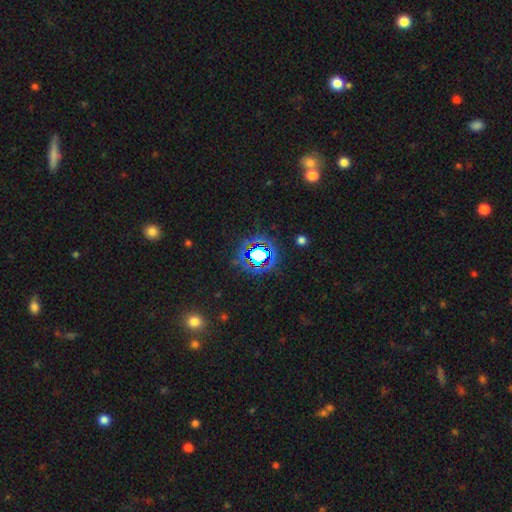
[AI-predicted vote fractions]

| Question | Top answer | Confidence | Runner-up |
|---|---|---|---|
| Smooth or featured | star or artifact | 71% | smooth (18%) |